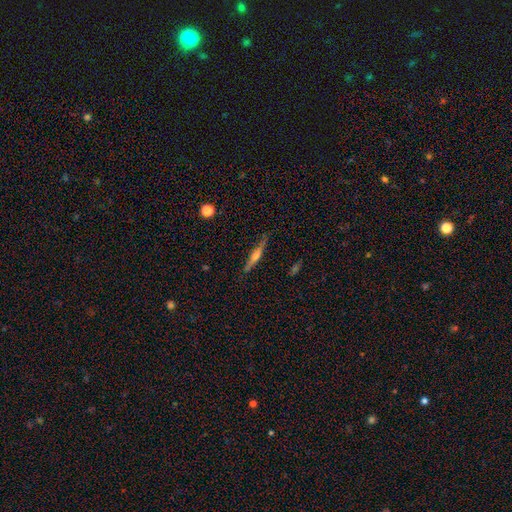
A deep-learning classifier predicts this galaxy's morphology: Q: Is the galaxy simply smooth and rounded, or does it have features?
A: featured or disk — 69%.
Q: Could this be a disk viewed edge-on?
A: yes — 98%.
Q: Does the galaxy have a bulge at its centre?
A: rounded — 82%.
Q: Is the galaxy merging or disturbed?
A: none — 88%.